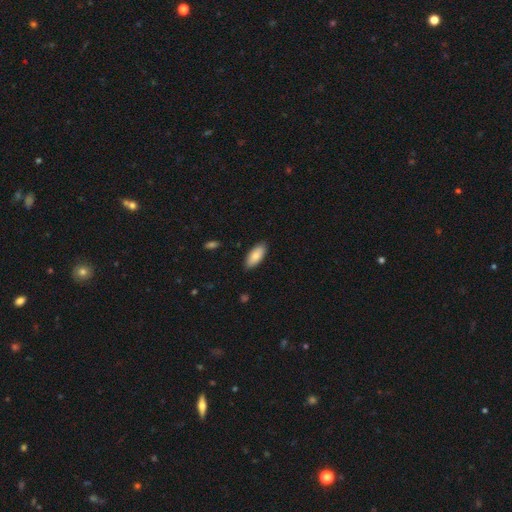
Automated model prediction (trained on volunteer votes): Morphology: type=smooth (83%); roundness=in between (87%); merging=none (87%).